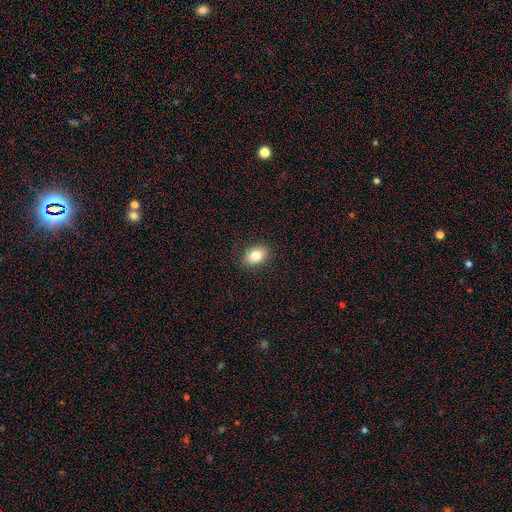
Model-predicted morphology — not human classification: Smooth or featured? Predicted: smooth (p=0.82). How rounded? Predicted: in between (p=0.79). Merging? Predicted: none (p=0.88).